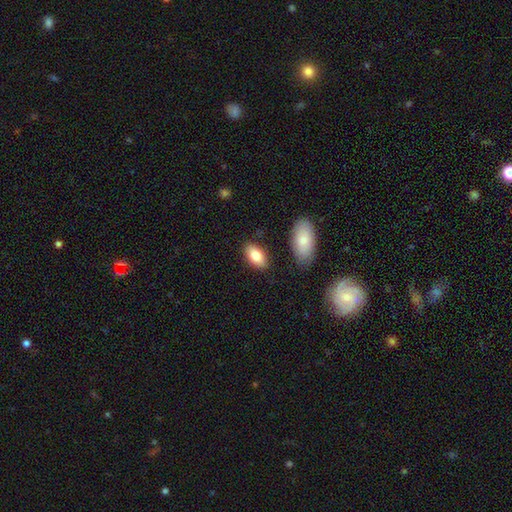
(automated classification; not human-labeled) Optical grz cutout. It shows a smooth galaxy with no disk features (81%) that is in between round and cigar-shaped (92%). Merging: none (83%).